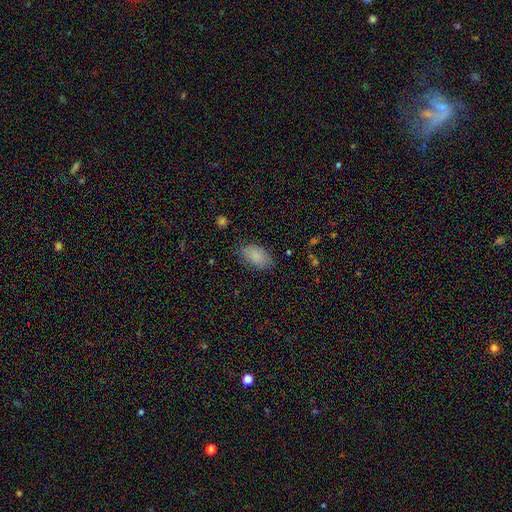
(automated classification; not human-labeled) Overall: smooth (86%). How rounded: in between (93%). Merging: none (81%).